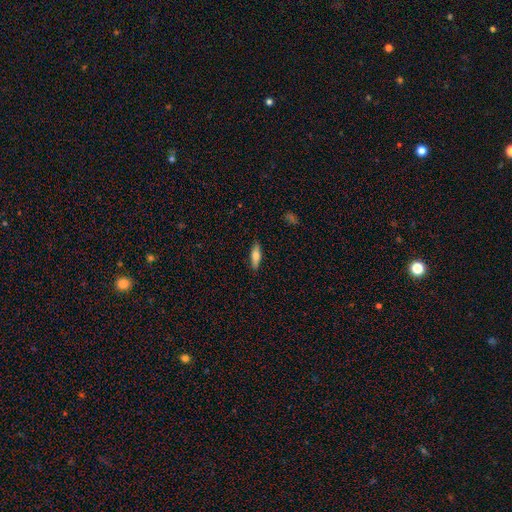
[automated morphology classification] Smooth or featured: smooth — 68% (featured or disk — 25%)
How rounded: cigar-shaped — 49% (tied with in between — 49%)
Merging: none — 88% (minor disturbance — 9%)